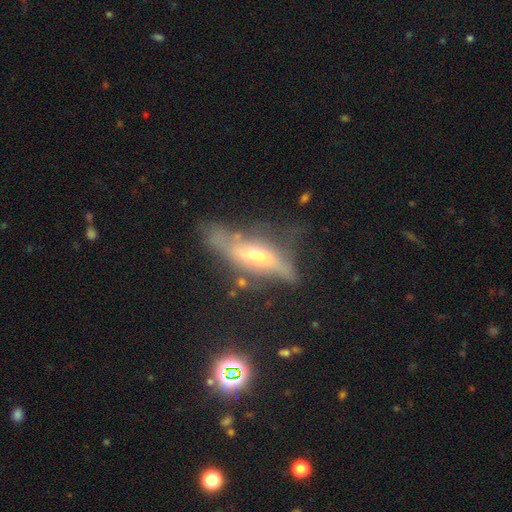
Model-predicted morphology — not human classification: Smooth or featured? featured or disk (64%)
Edge-on disk? yes (64%)
Merging? none (43%)